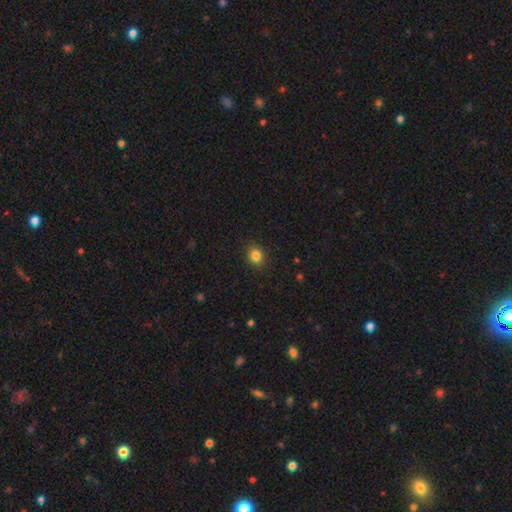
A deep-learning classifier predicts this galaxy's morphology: The model was most divided on "how rounded": round: 70%, in between: 29%, cigar-shaped: 1%. More confident: merging — none (90%); smooth or featured — smooth (83%).